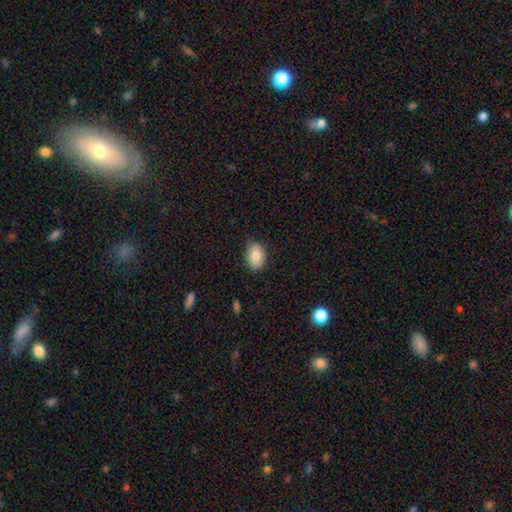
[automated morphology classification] A smooth galaxy with no disk features (82%) that is in between round and cigar-shaped (71%).

Vote fractions:
- Smooth or featured? smooth: 82% / featured or disk: 10% / star or artifact: 8%
- How rounded? in between: 71% / round: 28% / cigar-shaped: 1%
- Merging? none: 82% / minor disturbance: 15% / major disturbance: 2% / merger: 1%